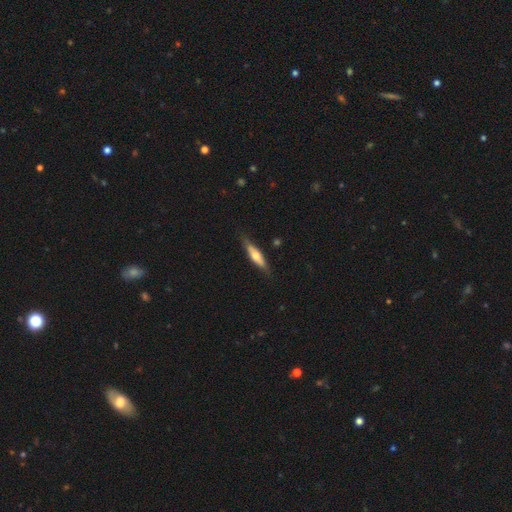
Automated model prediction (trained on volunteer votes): Smooth or featured? featured or disk (47%, tied with smooth)
Merging? none (81%)